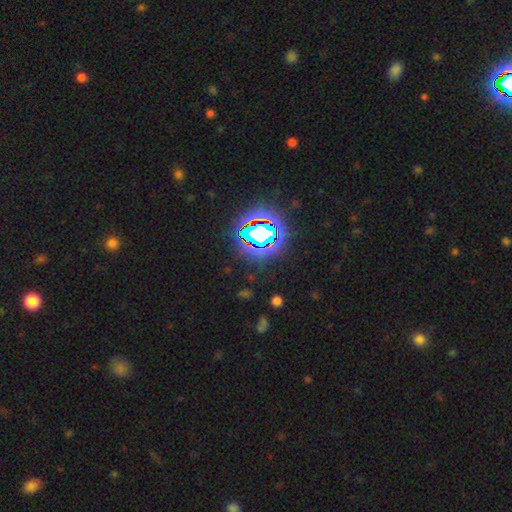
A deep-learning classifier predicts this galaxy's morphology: Smooth or featured?
  - star or artifact: 83% *
  - smooth: 11%
  - featured or disk: 6%